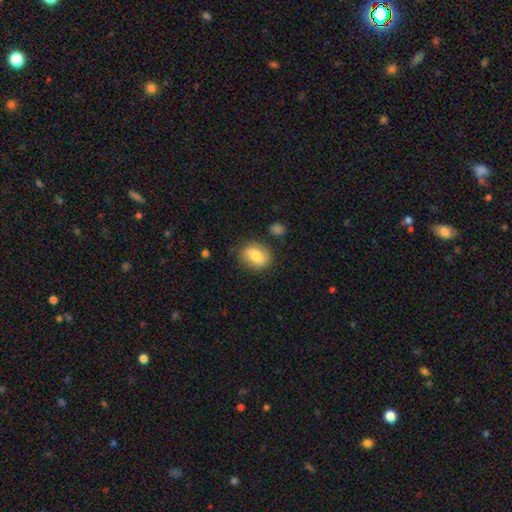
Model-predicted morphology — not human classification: smooth-or-featured: smooth: 79% | featured or disk: 14% | star or artifact: 7%
  how-rounded: in between: 66% | round: 32% | cigar-shaped: 2%
  merging: none: 77% | minor disturbance: 15% | major disturbance: 4% | merger: 3%